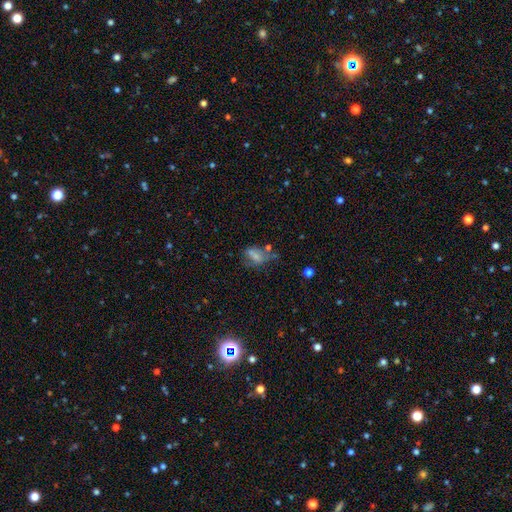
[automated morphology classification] Smooth or featured? Predicted: smooth (p=0.58). How rounded? Predicted: in between (p=0.79). Merging? Predicted: none (p=0.36).